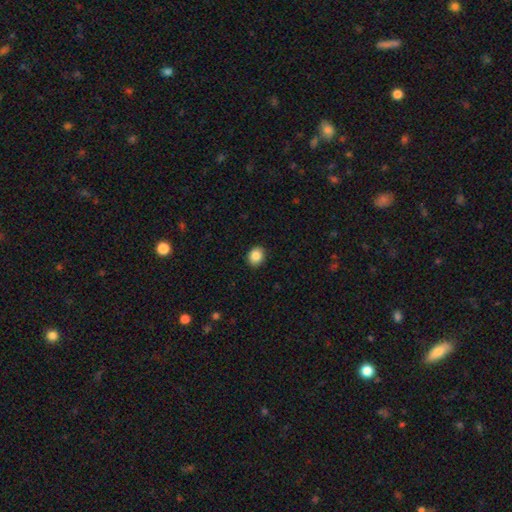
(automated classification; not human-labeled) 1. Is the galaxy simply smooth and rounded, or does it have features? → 86% smooth, 9% star or artifact, 5% featured or disk.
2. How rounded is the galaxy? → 65% round, 34% in between, 1% cigar-shaped.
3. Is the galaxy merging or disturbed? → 91% none, 7% minor disturbance, 2% major disturbance, 1% merger.